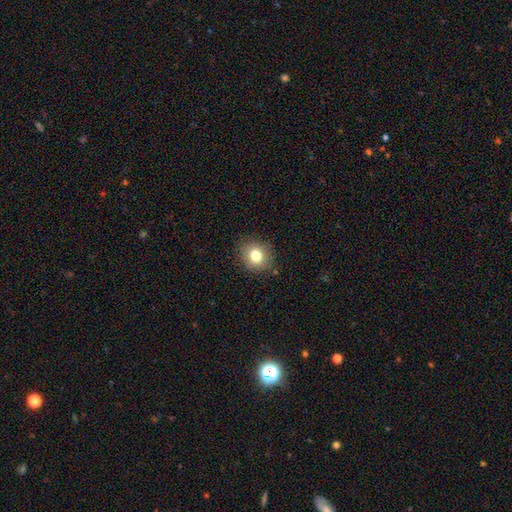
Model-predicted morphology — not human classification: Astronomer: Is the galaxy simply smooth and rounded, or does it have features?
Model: smooth — 79%.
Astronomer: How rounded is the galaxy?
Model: round — 77%.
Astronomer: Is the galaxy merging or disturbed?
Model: none — 85%.